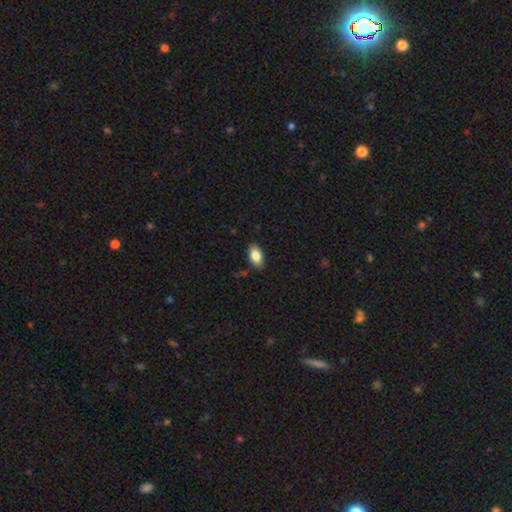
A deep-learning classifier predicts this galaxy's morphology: Q: Smooth or featured?
A: smooth (85%); runner-up: featured or disk (8%)
Q: How rounded?
A: in between (92%); runner-up: round (6%)
Q: Merging?
A: none (85%); runner-up: minor disturbance (11%)